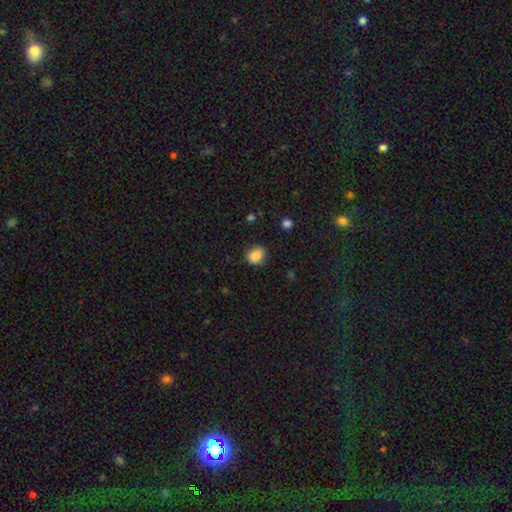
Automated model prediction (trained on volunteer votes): Smooth or featured? smooth (87%)
How rounded? round (72%)
Merging? none (86%)